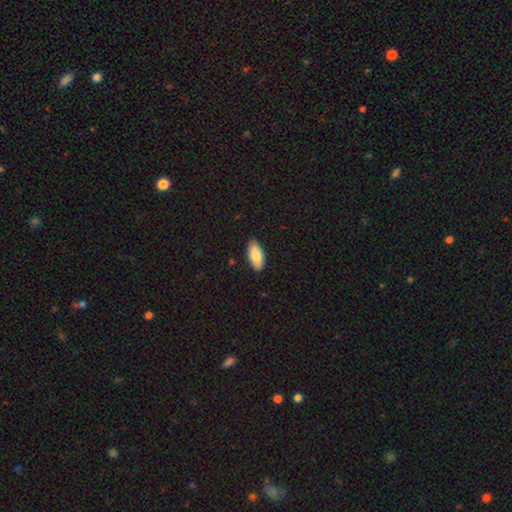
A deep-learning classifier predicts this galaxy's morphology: Smooth or featured? Predicted: smooth (p=0.84). How rounded? Predicted: in between (p=0.87). Merging? Predicted: none (p=0.87).